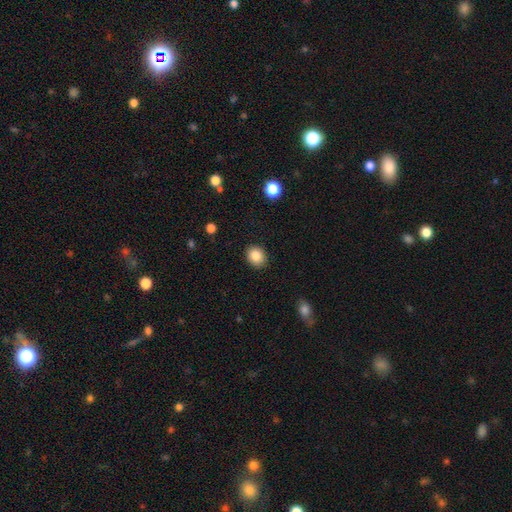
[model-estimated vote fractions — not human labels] Overall: smooth (85%). How rounded: round (60%; in between 39%). Merging: none (89%).